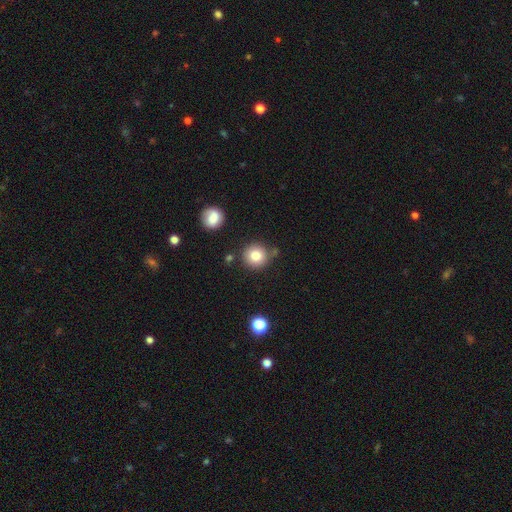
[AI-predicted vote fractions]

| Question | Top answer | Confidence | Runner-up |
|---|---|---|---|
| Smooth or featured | smooth | 81% | star or artifact (11%) |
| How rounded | round | 94% | in between (5%) |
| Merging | none | 79% | minor disturbance (10%) |